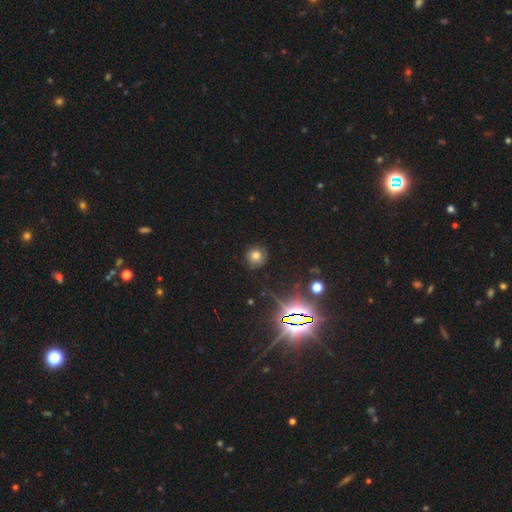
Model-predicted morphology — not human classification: smooth-or-featured: smooth: 63% | star or artifact: 24% | featured or disk: 14%
  how-rounded: round: 90% | in between: 9% | cigar-shaped: 1%
  merging: none: 83% | minor disturbance: 12% | major disturbance: 4% | merger: 2%